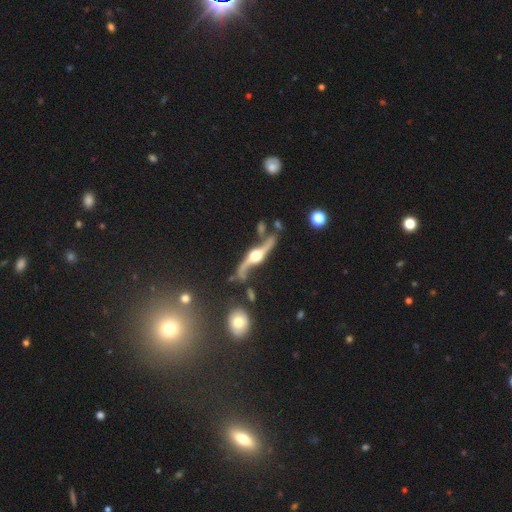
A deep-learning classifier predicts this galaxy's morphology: Smooth or featured? featured or disk (89%)
Edge-on disk? yes (54%)
Merging? none (63%)